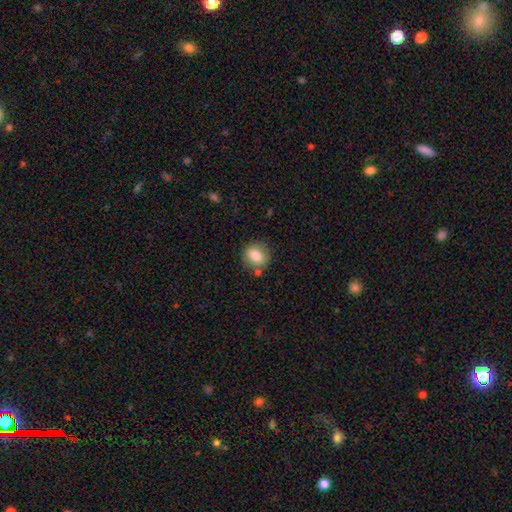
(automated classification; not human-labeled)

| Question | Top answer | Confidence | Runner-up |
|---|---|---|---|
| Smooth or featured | smooth | 80% | featured or disk (11%) |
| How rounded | round | 78% | in between (21%) |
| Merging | none | 78% | minor disturbance (13%) |